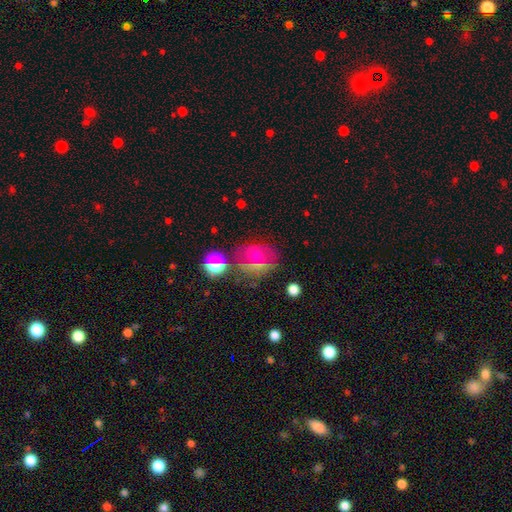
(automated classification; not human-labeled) Smooth or featured? smooth (39%)
Merging? none (52%)